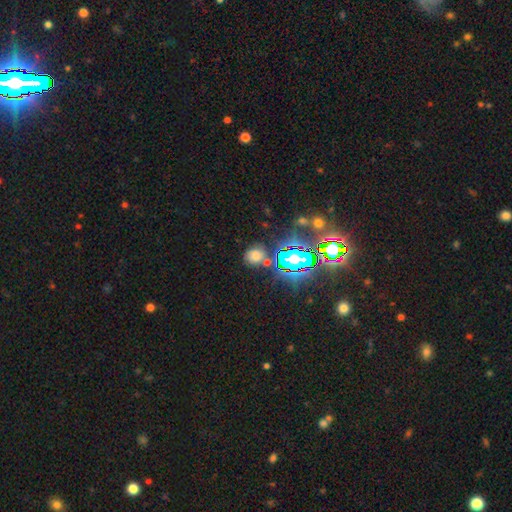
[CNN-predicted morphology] type=smooth (54%); roundness=round (71%); merging=none (74%).